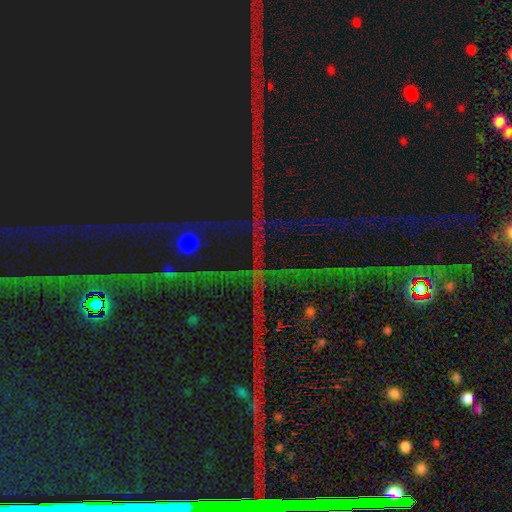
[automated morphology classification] A star or artifact, not a galaxy (81%).

Vote fractions:
- Smooth or featured? star or artifact: 81% / featured or disk: 10% / smooth: 8%